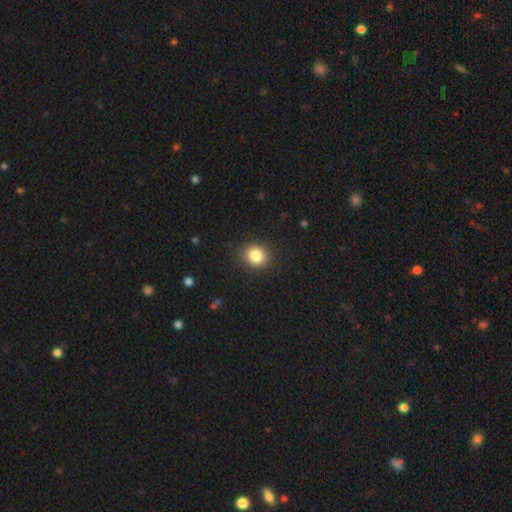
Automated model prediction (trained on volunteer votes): Smooth or featured? smooth (84%)
How rounded? round (77%)
Merging? none (89%)